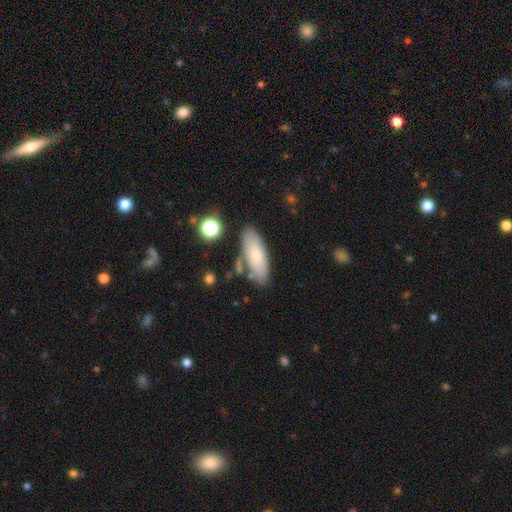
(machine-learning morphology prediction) type=smooth (72%); roundness=in between (71%); merging=none (72%).